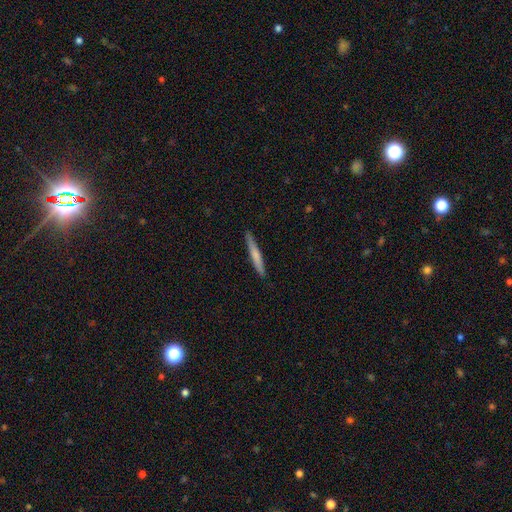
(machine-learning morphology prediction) Overall: smooth (66%; featured or disk 29%). How rounded: cigar-shaped (96%). Merging: none (90%).